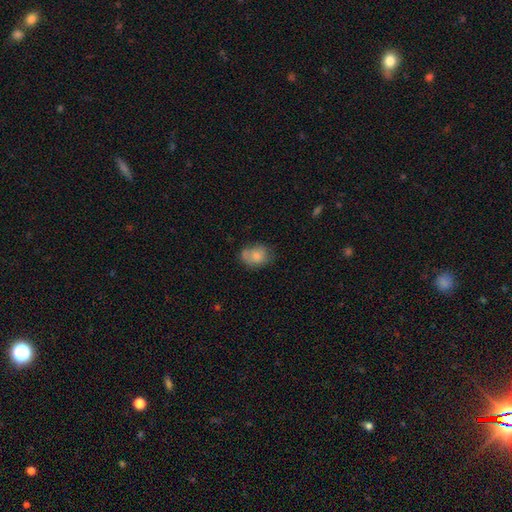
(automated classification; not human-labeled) A smooth galaxy with no disk features (77%) that is in between round and cigar-shaped (68%).

Vote fractions:
- Smooth or featured? smooth: 77% / featured or disk: 14% / star or artifact: 8%
- How rounded? in between: 68% / round: 31% / cigar-shaped: 1%
- Merging? none: 54% / minor disturbance: 28% / merger: 9% / major disturbance: 9%